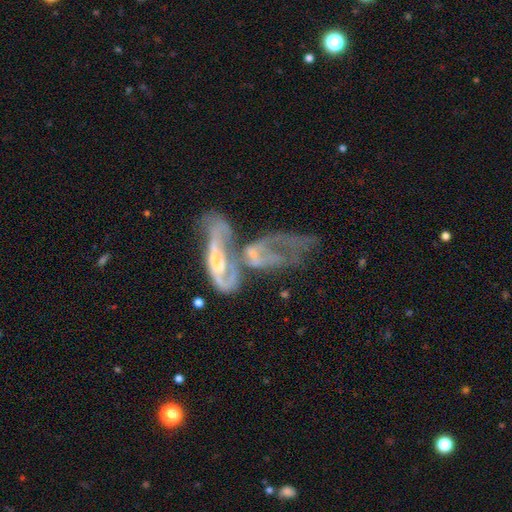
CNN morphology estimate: smooth_or_featured: featured or disk (p=0.70) [alt: smooth p=0.21]
disk_edge_on: no (p=0.85) [alt: yes p=0.15]
bar: no (p=0.62) [alt: weak p=0.26]
has_spiral_arms: yes (p=0.63) [alt: no p=0.37]
bulge_size: small (p=0.39) [alt: moderate p=0.32]
merging: merger (p=0.71) [alt: major disturbance p=0.14]